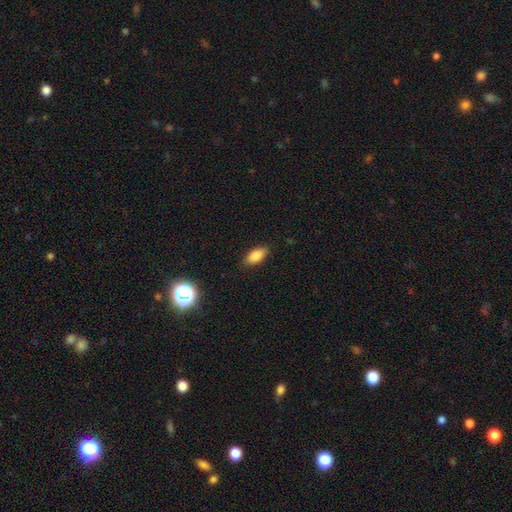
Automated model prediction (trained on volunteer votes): Q: Smooth or featured?
A: smooth (85%); runner-up: star or artifact (9%)
Q: How rounded?
A: in between (89%); runner-up: cigar-shaped (8%)
Q: Merging?
A: none (84%); runner-up: minor disturbance (12%)